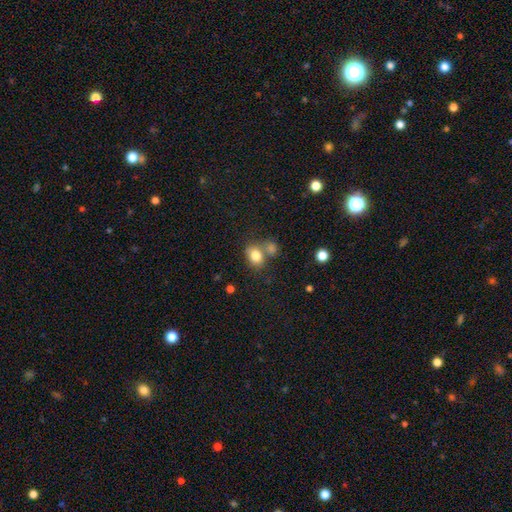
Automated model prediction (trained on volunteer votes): Smooth or featured? smooth (81%)
How rounded? in between (52%)
Merging? none (50%)